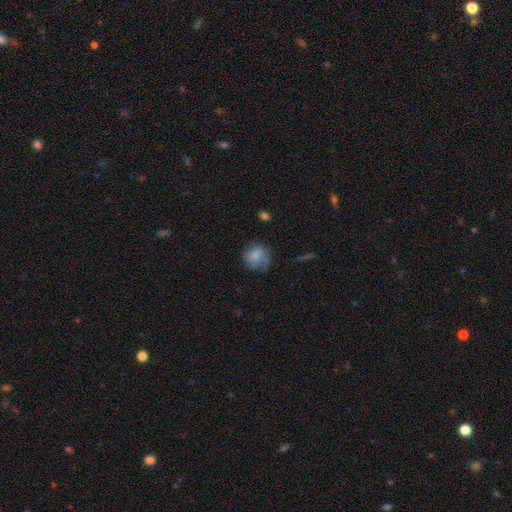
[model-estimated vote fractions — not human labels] A smooth galaxy with no disk features (69%) that is round (75%). Merging: none (53%).